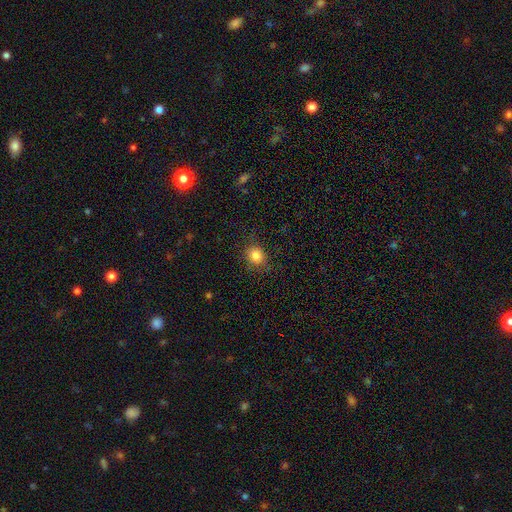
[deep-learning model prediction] Morphology: type=smooth (84%); roundness=round (81%); merging=none (82%).